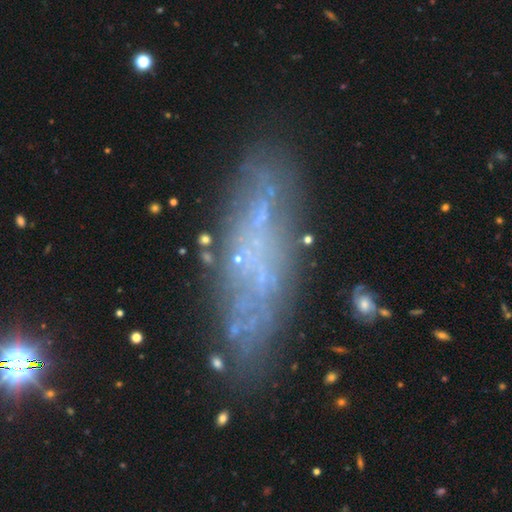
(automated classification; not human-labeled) smooth_or_featured: featured or disk (p=0.52) [alt: smooth p=0.32]
disk_edge_on: no (p=0.66) [alt: yes p=0.34]
merging: none (p=0.71) [alt: minor disturbance p=0.17]